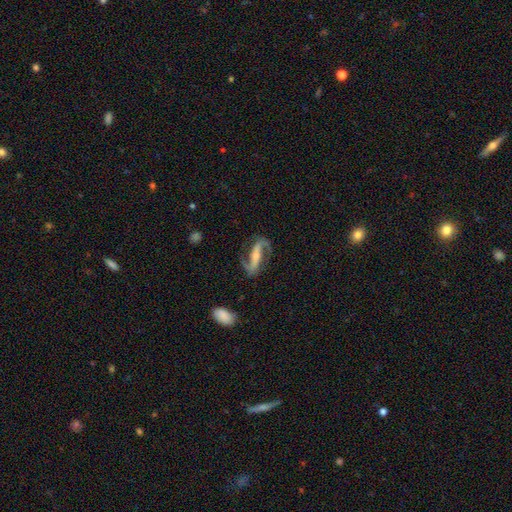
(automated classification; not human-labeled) A featured or disk galaxy (88%) with a strong bar (55%), 2 (93%) loose (48%) spiral arms (96%) and a small central bulge (46%). Merging: none (79%).